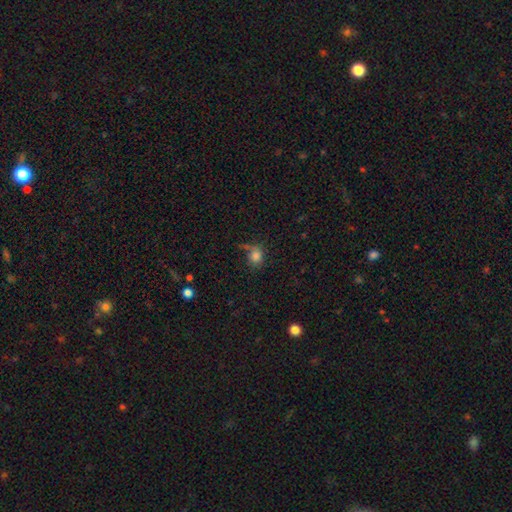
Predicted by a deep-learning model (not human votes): Smooth or featured? smooth (78%)
How rounded? round (61%)
Merging? none (50%)